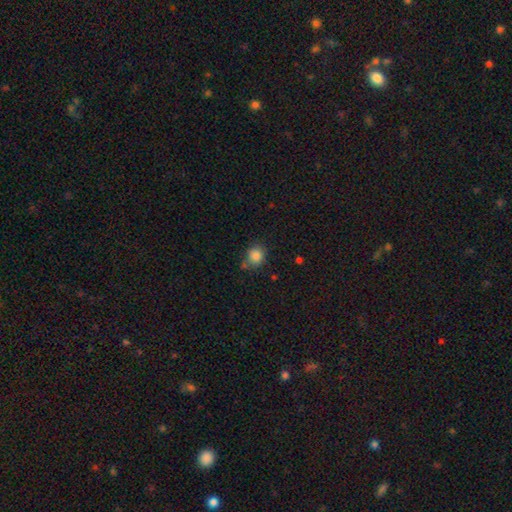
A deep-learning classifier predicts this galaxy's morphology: type=smooth (85%); roundness=round (76%); merging=none (71%).